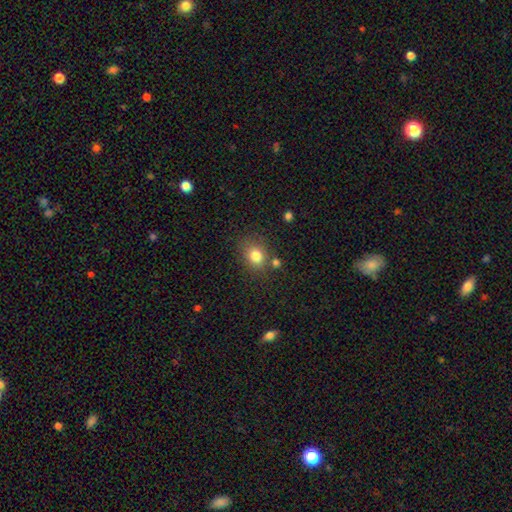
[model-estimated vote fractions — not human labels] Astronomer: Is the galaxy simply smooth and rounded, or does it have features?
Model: smooth — 80%.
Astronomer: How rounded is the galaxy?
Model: round — 58% (runner-up: in between, 41%).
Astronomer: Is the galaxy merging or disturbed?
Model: none — 71%.